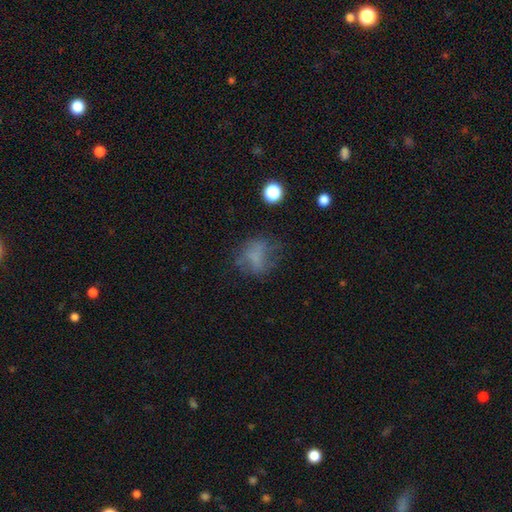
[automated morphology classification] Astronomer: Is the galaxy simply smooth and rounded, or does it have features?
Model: smooth — 55%.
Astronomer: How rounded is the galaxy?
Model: round — 56% (runner-up: in between, 42%).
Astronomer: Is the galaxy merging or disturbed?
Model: none — 52%.